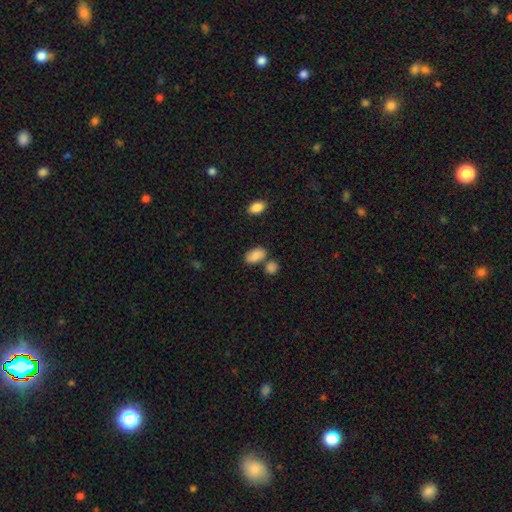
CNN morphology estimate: type=smooth (85%); roundness=in between (91%); merging=none (64%).